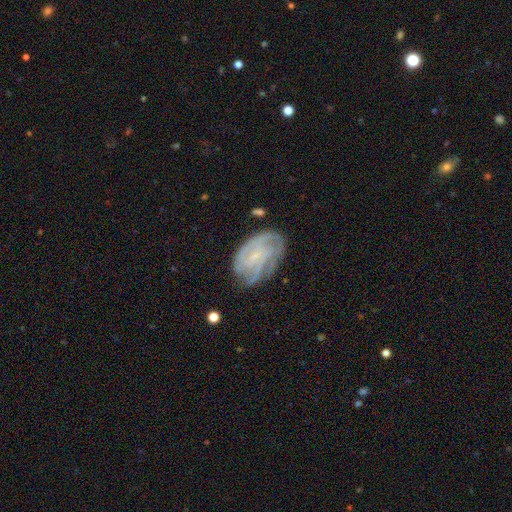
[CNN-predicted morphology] This appears to be a featured or disk galaxy (76%) with no bar (54%), tight (56%) spiral arms (90%) and a small central bulge (71%). Merging: none (60%).